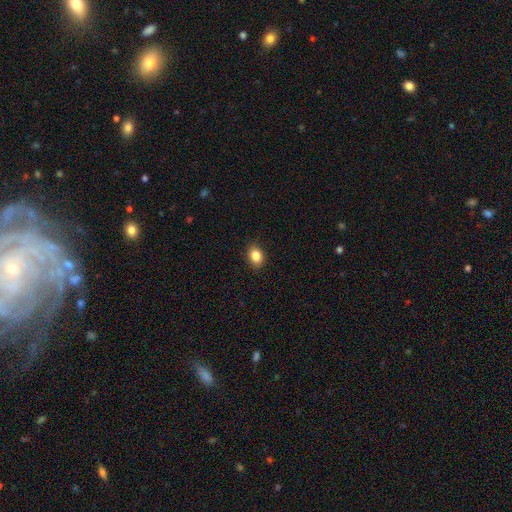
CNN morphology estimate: This appears to be a smooth galaxy with no disk features (86%) that is in between round and cigar-shaped (63%). Merging: none (88%).